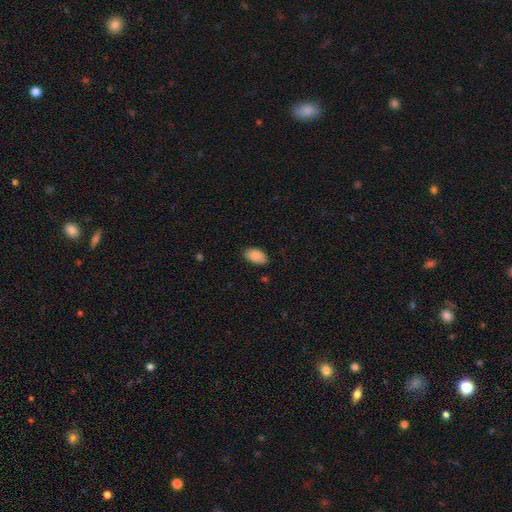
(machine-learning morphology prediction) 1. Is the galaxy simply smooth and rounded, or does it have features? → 88% smooth, 7% star or artifact, 5% featured or disk.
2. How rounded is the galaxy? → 94% in between, 5% round, 1% cigar-shaped.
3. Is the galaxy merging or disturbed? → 83% none, 14% minor disturbance, 2% major disturbance, 1% merger.